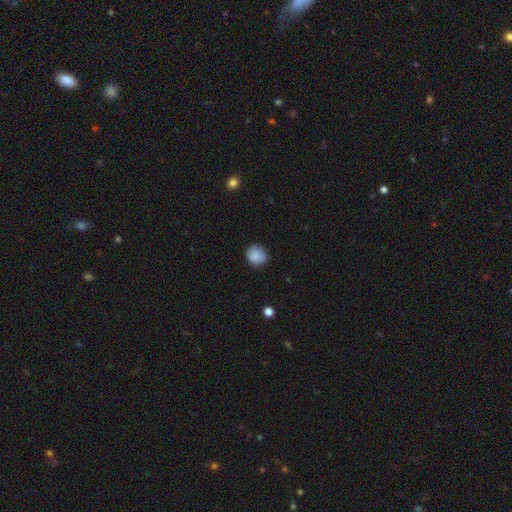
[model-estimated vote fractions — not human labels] The model was most divided on "merging": none: 85%, minor disturbance: 11%, major disturbance: 2%, merger: 1%. More confident: smooth or featured — smooth (88%); how rounded — round (88%).